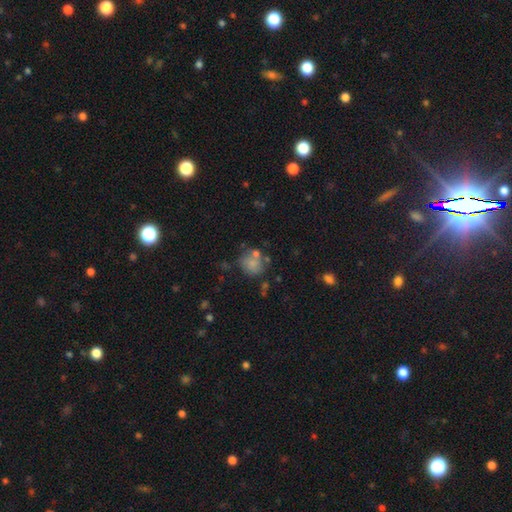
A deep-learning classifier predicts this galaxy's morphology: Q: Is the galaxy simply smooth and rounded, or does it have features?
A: smooth — 57%.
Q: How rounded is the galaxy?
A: round — 77%.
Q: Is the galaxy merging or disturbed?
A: none — 59%.